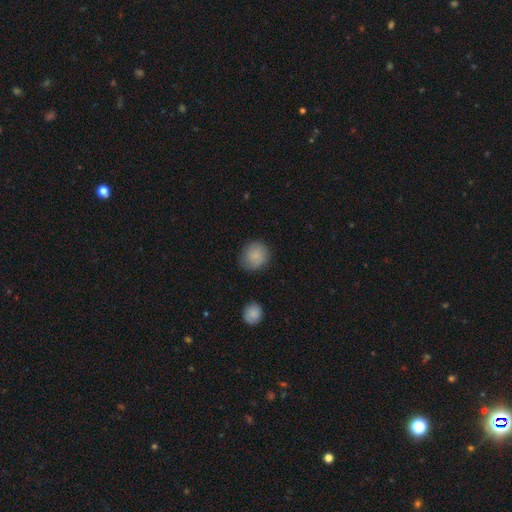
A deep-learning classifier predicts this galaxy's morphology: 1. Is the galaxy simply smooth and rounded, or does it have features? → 85% smooth, 8% star or artifact, 7% featured or disk.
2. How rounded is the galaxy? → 85% round, 14% in between, 1% cigar-shaped.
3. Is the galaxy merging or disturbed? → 82% none, 13% minor disturbance, 3% major disturbance, 2% merger.